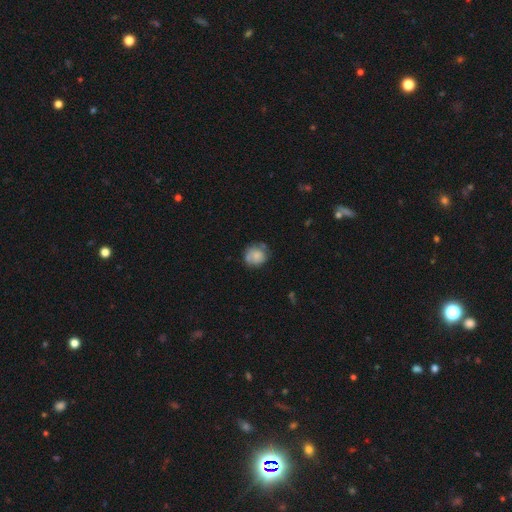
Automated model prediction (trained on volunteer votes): smooth-or-featured: smooth: 68% | featured or disk: 23% | star or artifact: 9%
  how-rounded: round: 79% | in between: 20% | cigar-shaped: 1%
  merging: none: 57% | minor disturbance: 26% | major disturbance: 10% | merger: 6%